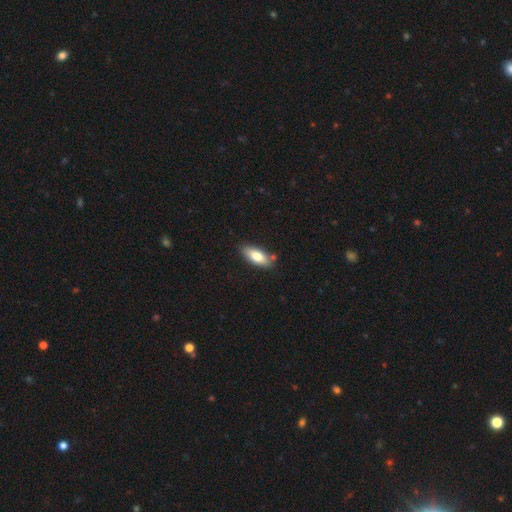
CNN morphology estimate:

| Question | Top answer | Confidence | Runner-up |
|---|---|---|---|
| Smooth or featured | smooth | 76% | featured or disk (17%) |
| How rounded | in between | 79% | cigar-shaped (19%) |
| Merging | none | 81% | minor disturbance (13%) |